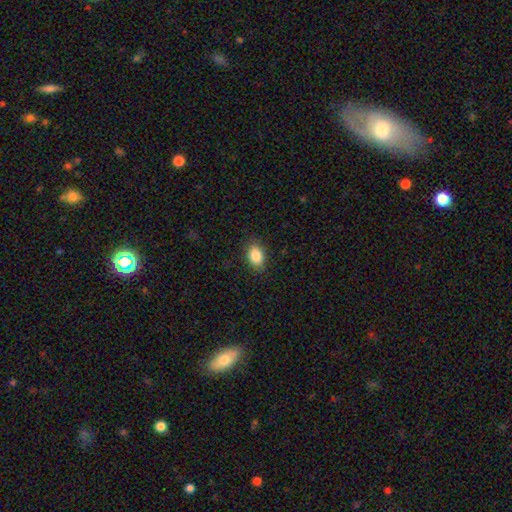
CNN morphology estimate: Overall: smooth (86%). How rounded: in between (86%). Merging: none (86%).